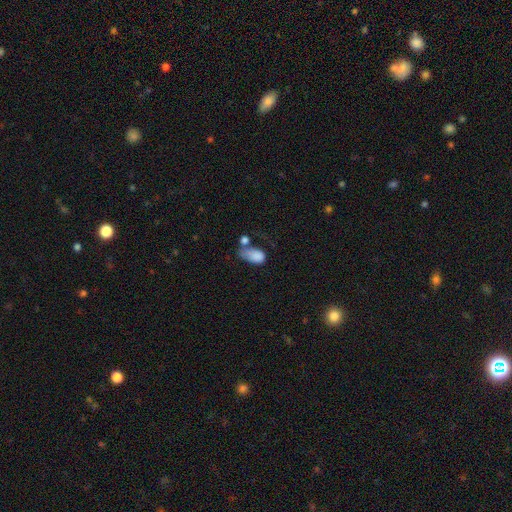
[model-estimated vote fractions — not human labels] Q: Smooth or featured?
A: smooth (78%); runner-up: featured or disk (13%)
Q: How rounded?
A: in between (89%); runner-up: round (9%)
Q: Merging?
A: major disturbance (30%); tied with: merger (30%)